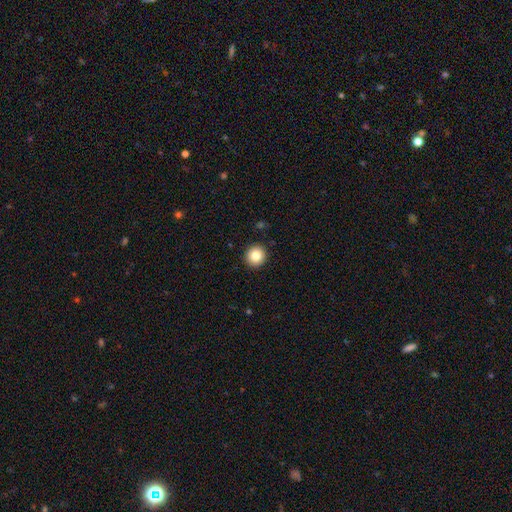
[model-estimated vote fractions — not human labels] smooth 83%, star or artifact 10%, featured or disk 7%. Down the decision tree: how rounded — round (92%); merging — none (92%).